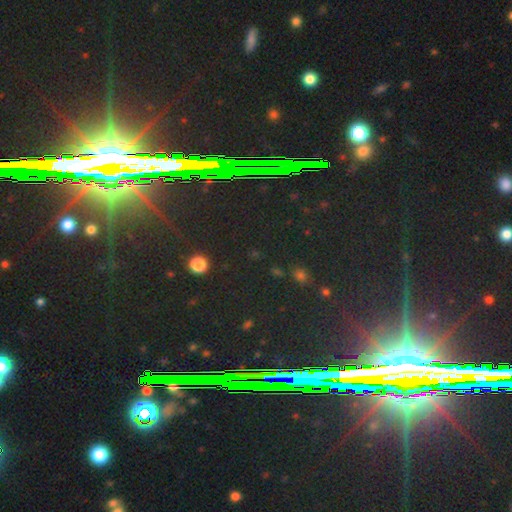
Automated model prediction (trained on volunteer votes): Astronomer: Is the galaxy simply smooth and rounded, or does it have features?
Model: star or artifact — 82%.